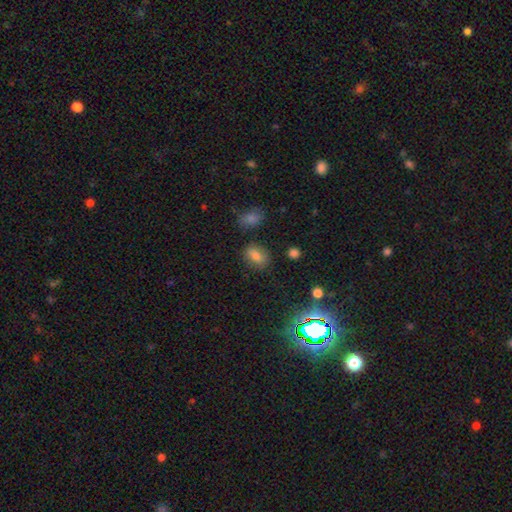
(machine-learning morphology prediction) Overall: smooth (78%). How rounded: in between (75%). Merging: none (81%).